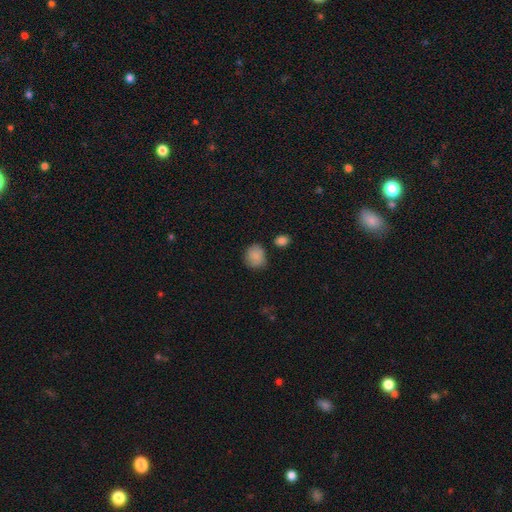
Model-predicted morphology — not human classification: smooth_or_featured: smooth (p=0.86) [alt: star or artifact p=0.09]
how_rounded: round (p=0.74) [alt: in between p=0.25]
merging: none (p=0.70) [alt: minor disturbance p=0.20]